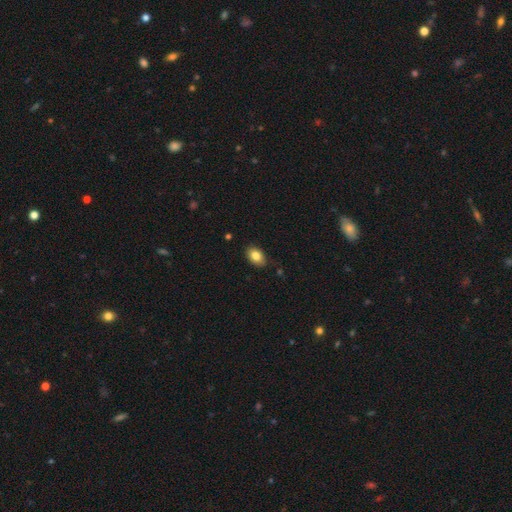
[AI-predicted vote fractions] smooth 84%, featured or disk 8%, star or artifact 8%. Down the decision tree: how rounded — in between (86%); merging — none (83%).